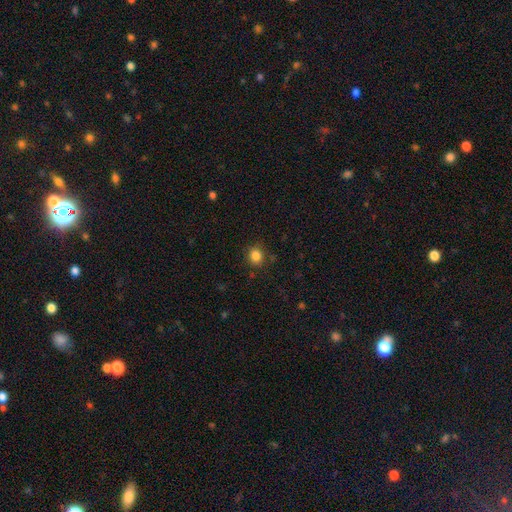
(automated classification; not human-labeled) The model was most divided on "how rounded": round: 77%, in between: 22%, cigar-shaped: 1%. More confident: merging — none (85%); smooth or featured — smooth (84%).